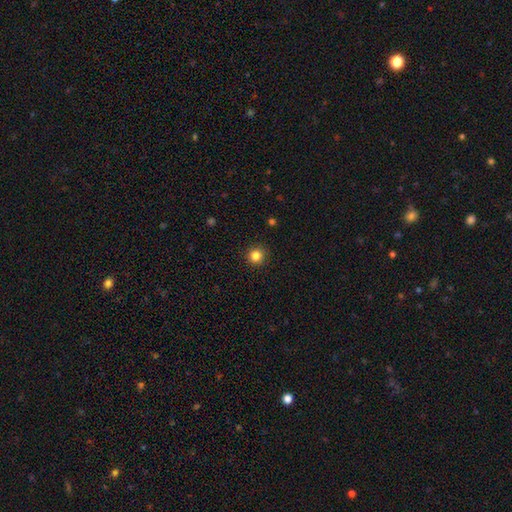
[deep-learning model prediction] This is clearly a smooth galaxy (84%). How rounded: clearly round (94%). Merging: clearly none (92%).